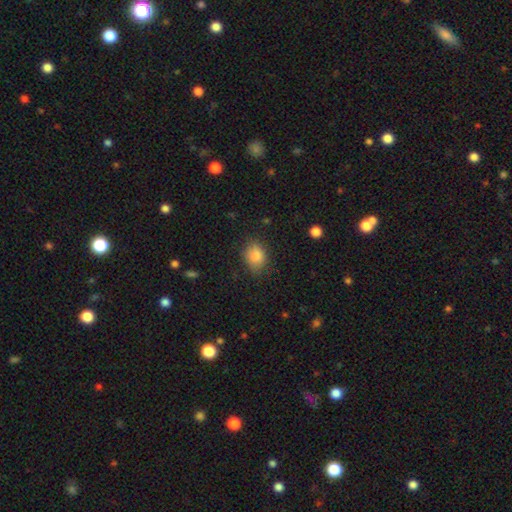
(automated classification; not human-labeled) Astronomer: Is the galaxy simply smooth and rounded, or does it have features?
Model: smooth — 85%.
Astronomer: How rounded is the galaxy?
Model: in between — 58% (runner-up: round, 41%).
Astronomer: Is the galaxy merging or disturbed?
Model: none — 76%.